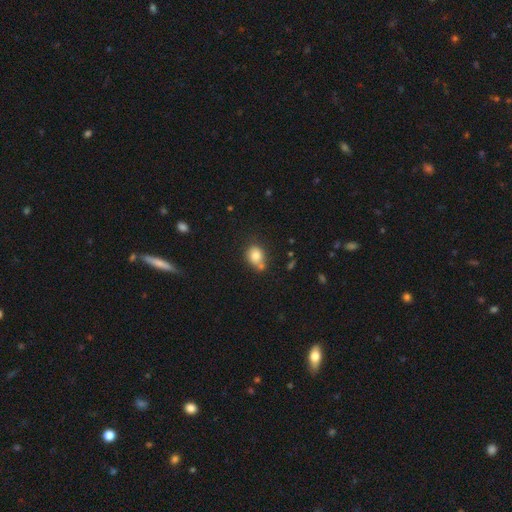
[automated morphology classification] type=smooth (81%); roundness=round (51%); merging=none (51%).